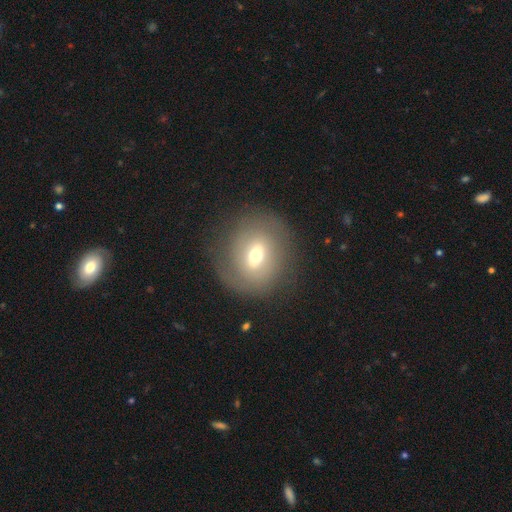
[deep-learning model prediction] A smooth galaxy with no disk features (47%).

Vote fractions:
- Smooth or featured? smooth: 47% / featured or disk: 42% / star or artifact: 11%
- Merging? none: 78% / minor disturbance: 13% / major disturbance: 7% / merger: 1%